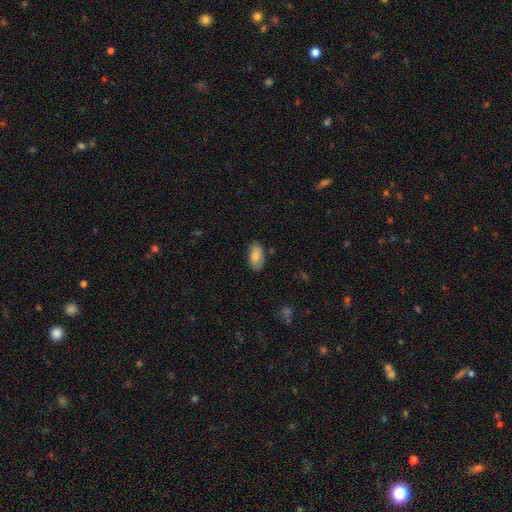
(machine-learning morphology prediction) type=smooth (84%); roundness=in between (94%); merging=none (81%).